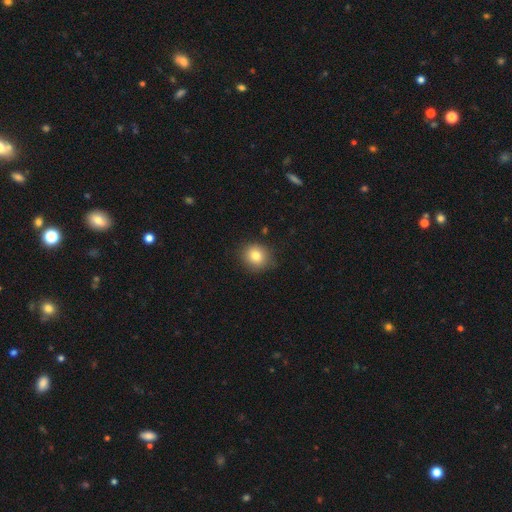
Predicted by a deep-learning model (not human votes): This appears to be a smooth galaxy with no disk features (81%) that is round (83%). Merging: none (84%).